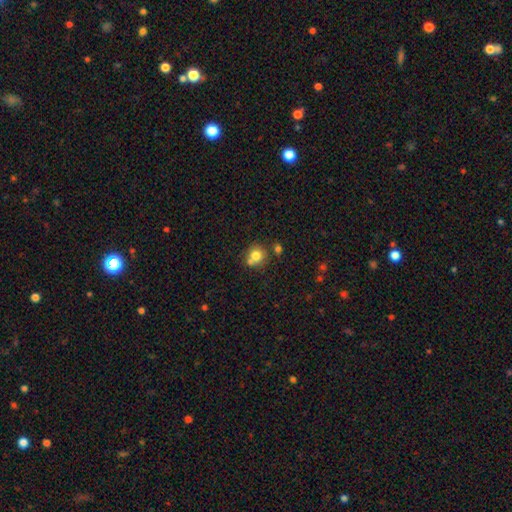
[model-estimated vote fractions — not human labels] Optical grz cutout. It shows a smooth galaxy with no disk features (77%) that is round (86%). Merging: none (57%).